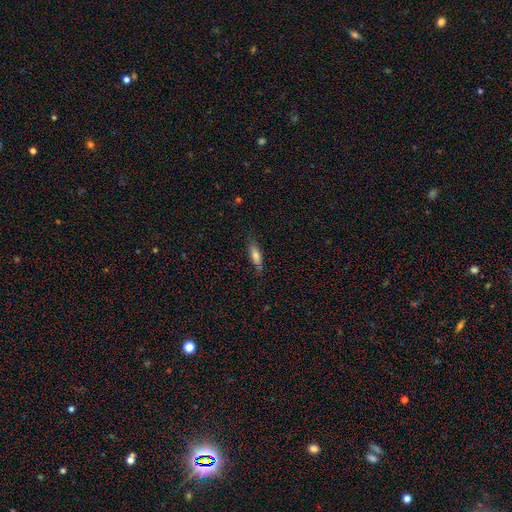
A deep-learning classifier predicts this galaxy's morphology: Smooth or featured?
  - smooth: 73% *
  - featured or disk: 20%
  - star or artifact: 7%
How rounded?
  - in between: 57% *
  - cigar-shaped: 40%
  - round: 2%
Merging?
  - none: 77% *
  - minor disturbance: 18%
  - major disturbance: 4%
  - merger: 1%